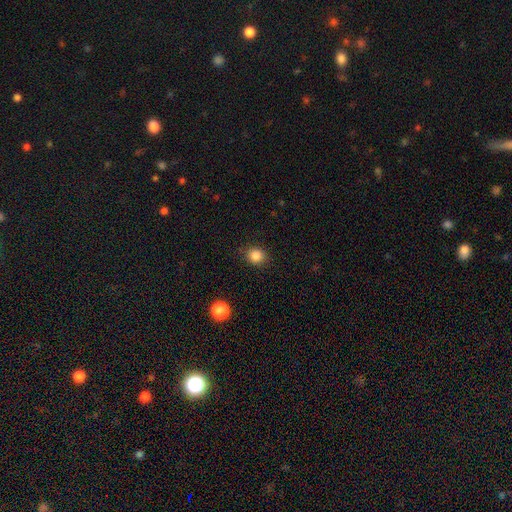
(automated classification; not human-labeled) smooth-or-featured: smooth: 85% | star or artifact: 11% | featured or disk: 4%
  how-rounded: round: 82% | in between: 17% | cigar-shaped: 1%
  merging: none: 87% | minor disturbance: 9% | major disturbance: 3% | merger: 1%